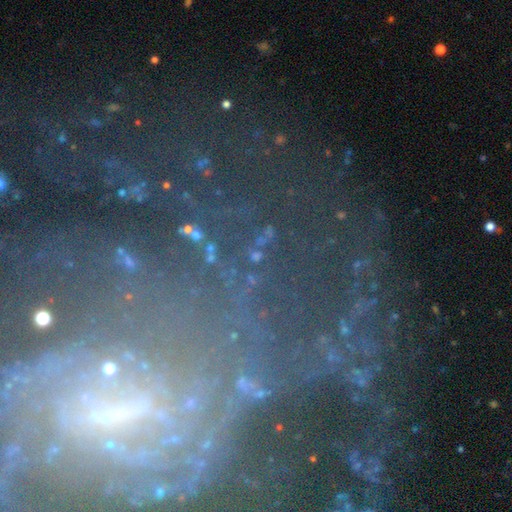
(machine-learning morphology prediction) smooth_or_featured: star or artifact (p=0.67) [alt: featured or disk p=0.18]